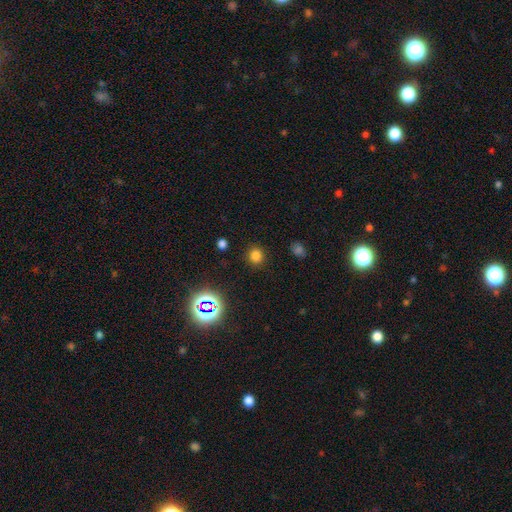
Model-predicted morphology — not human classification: smooth_or_featured: smooth (p=0.75) [alt: star or artifact p=0.20]
how_rounded: round (p=0.80) [alt: in between p=0.18]
merging: none (p=0.88) [alt: minor disturbance p=0.07]